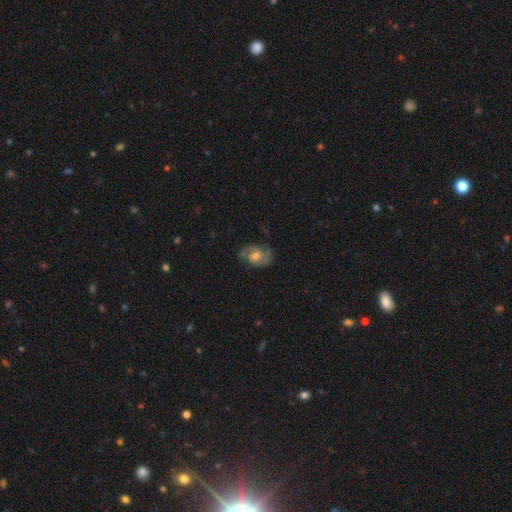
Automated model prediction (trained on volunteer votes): The model was most divided on "spiral winding": medium: 46%, tight: 35%, loose: 19%. More confident: edge-on disk — no (97%); spiral arms — yes (88%); spiral arm count — 2 (79%); merging — none (72%); smooth or featured — featured or disk (65%); bar — no (62%); bulge size — moderate (60%).